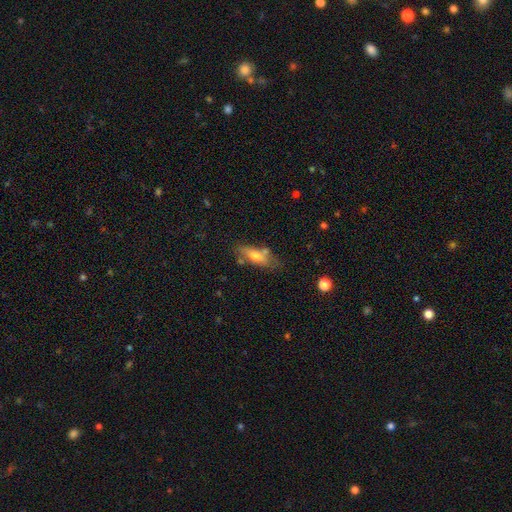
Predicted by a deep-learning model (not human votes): smooth 50%, featured or disk 41%, star or artifact 9%. Down the decision tree: how rounded — in between (56%); merging — none (61%).